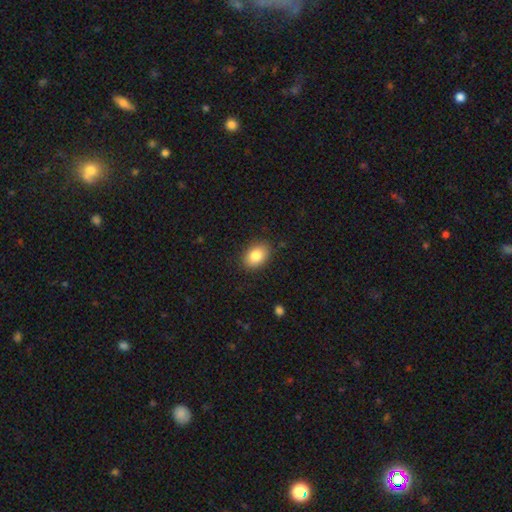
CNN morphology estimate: Smooth or featured: smooth — 85% (star or artifact — 8%)
How rounded: in between — 80% (round — 19%)
Merging: none — 87% (minor disturbance — 10%)